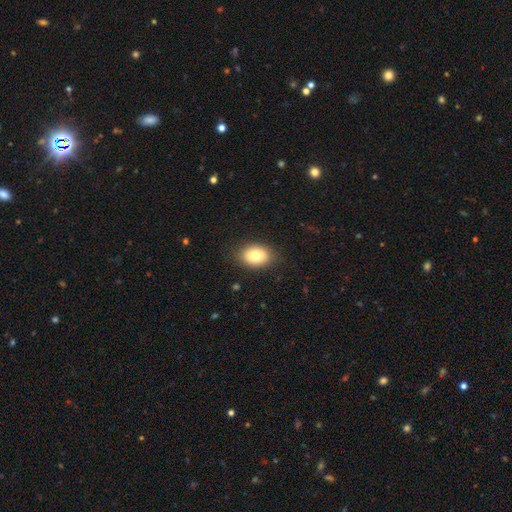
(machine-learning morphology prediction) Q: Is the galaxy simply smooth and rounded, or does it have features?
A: smooth — 82%.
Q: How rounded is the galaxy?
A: in between — 74%.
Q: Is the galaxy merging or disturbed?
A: none — 86%.